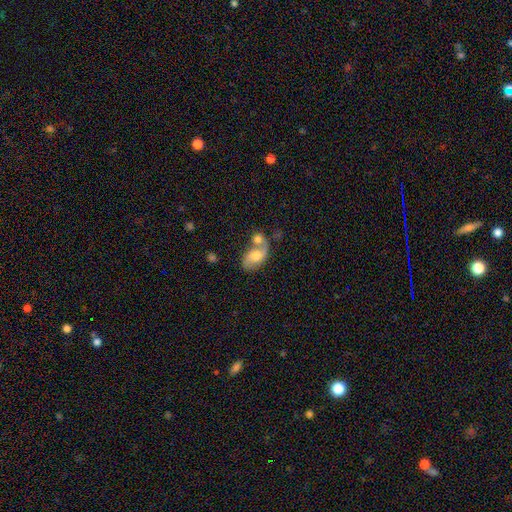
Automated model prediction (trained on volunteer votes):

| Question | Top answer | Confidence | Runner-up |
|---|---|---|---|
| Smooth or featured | featured or disk | 50% | smooth (42%) |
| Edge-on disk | no | 96% | yes (4%) |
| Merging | merger | 48% | none (29%) |